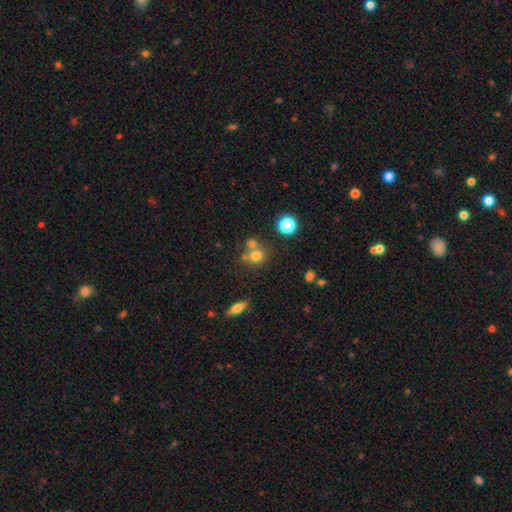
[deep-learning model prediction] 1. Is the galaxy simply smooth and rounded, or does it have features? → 73% smooth, 16% star or artifact, 12% featured or disk.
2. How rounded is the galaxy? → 80% round, 19% in between, 1% cigar-shaped.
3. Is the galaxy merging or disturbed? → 53% none, 33% merger, 10% minor disturbance, 4% major disturbance.